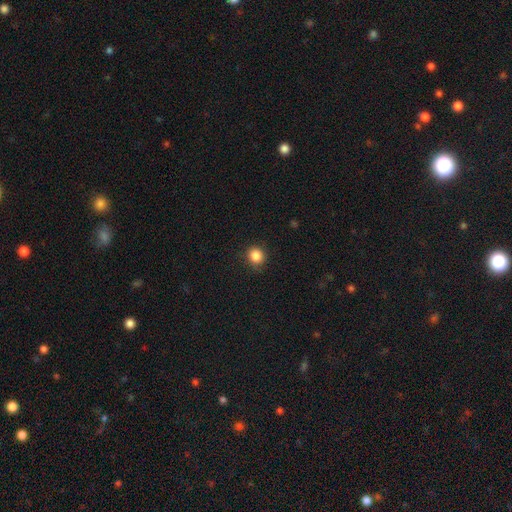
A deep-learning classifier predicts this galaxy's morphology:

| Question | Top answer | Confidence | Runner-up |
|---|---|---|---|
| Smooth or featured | smooth | 86% | star or artifact (11%) |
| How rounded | round | 86% | in between (13%) |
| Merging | none | 88% | minor disturbance (9%) |